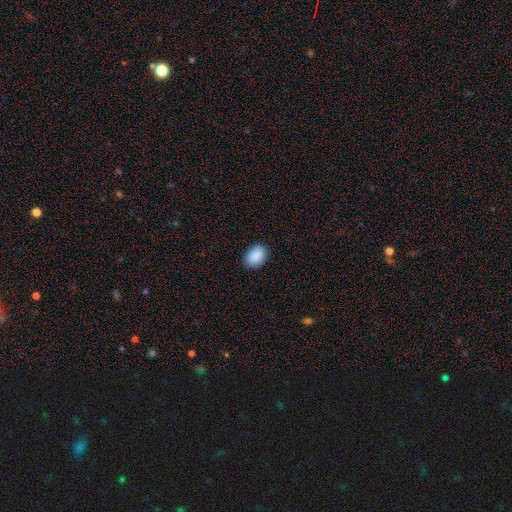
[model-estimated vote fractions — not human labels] Smooth or featured? Predicted: smooth (p=0.90). How rounded? Predicted: in between (p=0.77). Merging? Predicted: none (p=0.87).